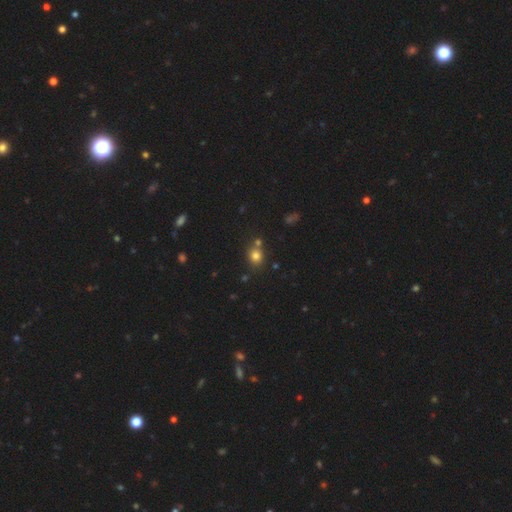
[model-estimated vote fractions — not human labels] This is likely a smooth galaxy (77%). How rounded: likely round (72%). Merging: likely none (67%).